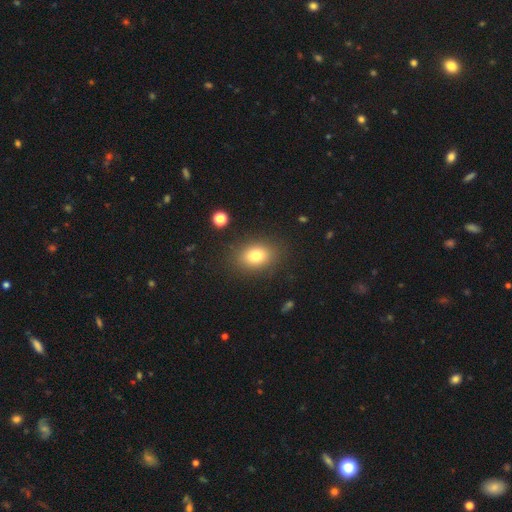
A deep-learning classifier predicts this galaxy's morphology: smooth-or-featured: smooth: 80% | star or artifact: 11% | featured or disk: 9%
  how-rounded: in between: 65% | round: 34% | cigar-shaped: 1%
  merging: none: 85% | minor disturbance: 10% | major disturbance: 4% | merger: 2%